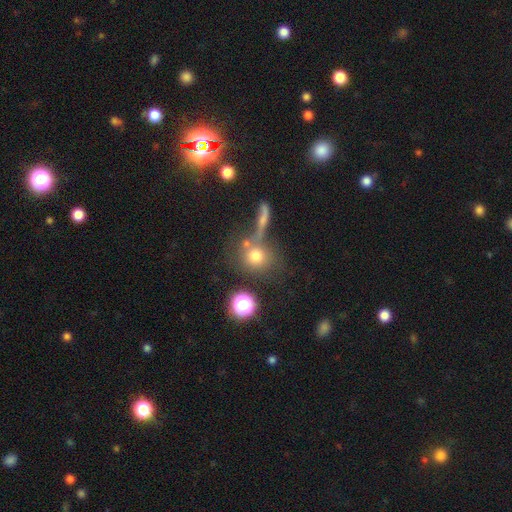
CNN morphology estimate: This is likely a smooth galaxy (70%). How rounded: clearly round (86%). Merging: possibly none (57%).